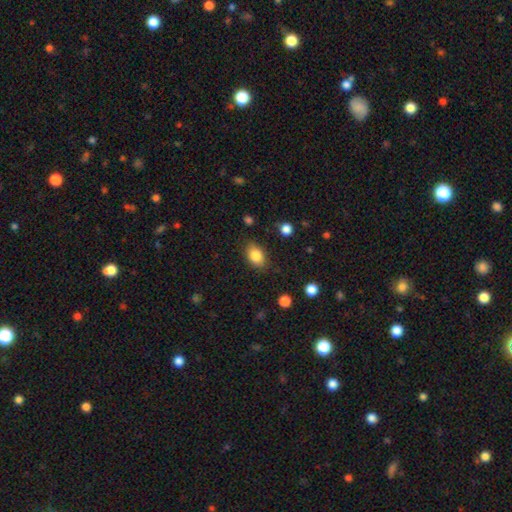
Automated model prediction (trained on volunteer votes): A smooth galaxy with no disk features (84%) that is in between round and cigar-shaped (80%). Merging: none (81%).